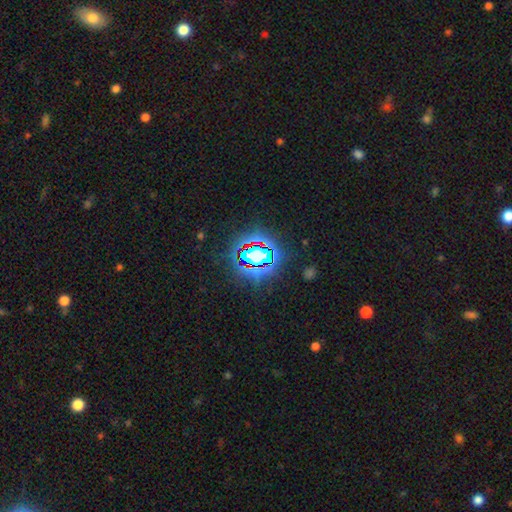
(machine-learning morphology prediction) smooth-or-featured: star or artifact: 71% | smooth: 17% | featured or disk: 11%